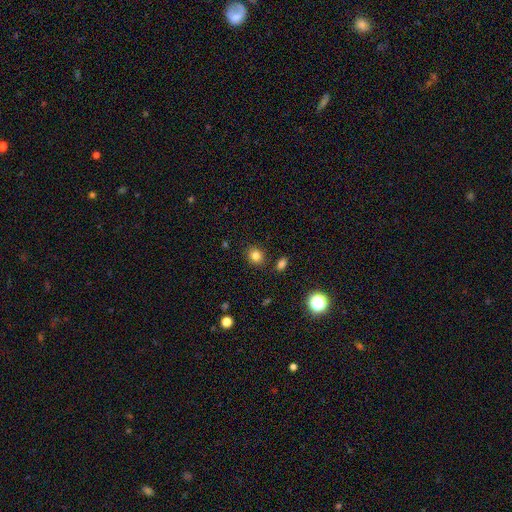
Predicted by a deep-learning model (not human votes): smooth-or-featured: smooth: 82% | star or artifact: 12% | featured or disk: 6%
  how-rounded: round: 72% | in between: 27% | cigar-shaped: 1%
  merging: none: 86% | minor disturbance: 8% | merger: 3% | major disturbance: 2%